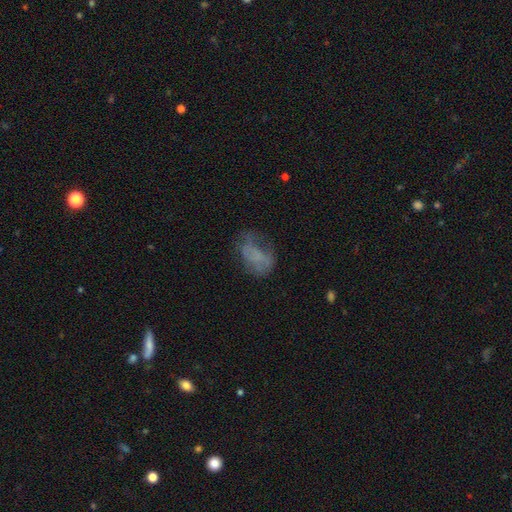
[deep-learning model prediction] smooth_or_featured: smooth (p=0.49) [alt: featured or disk p=0.35]
merging: none (p=0.42) [alt: major disturbance p=0.30]